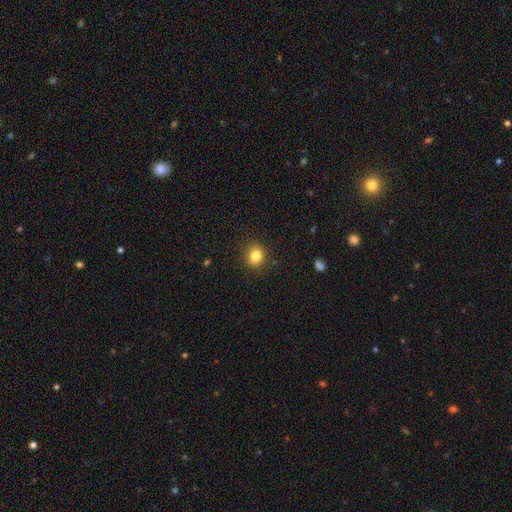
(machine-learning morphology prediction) A smooth galaxy with no disk features (83%) that is round (78%).

Vote fractions:
- Smooth or featured? smooth: 83% / star or artifact: 11% / featured or disk: 6%
- How rounded? round: 78% / in between: 21% / cigar-shaped: 1%
- Merging? none: 89% / minor disturbance: 8% / major disturbance: 2% / merger: 1%